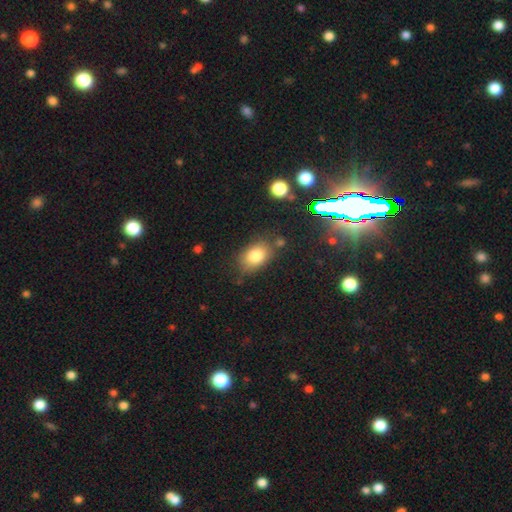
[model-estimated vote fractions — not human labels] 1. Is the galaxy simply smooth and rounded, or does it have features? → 81% smooth, 10% featured or disk, 10% star or artifact.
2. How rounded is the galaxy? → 80% in between, 19% round, 1% cigar-shaped.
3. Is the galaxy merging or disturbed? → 74% none, 17% minor disturbance, 5% merger, 4% major disturbance.